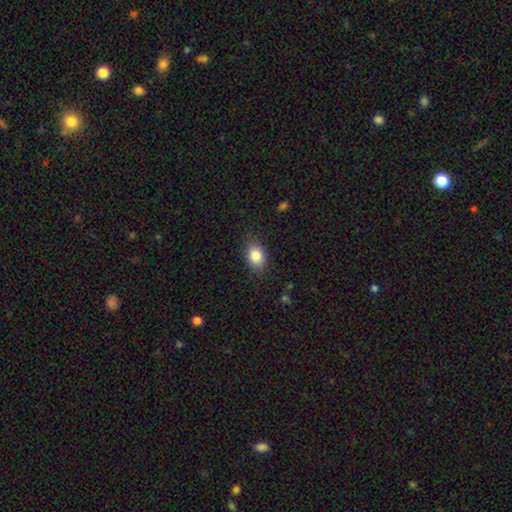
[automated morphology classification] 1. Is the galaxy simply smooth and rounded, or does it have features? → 84% smooth, 8% star or artifact, 8% featured or disk.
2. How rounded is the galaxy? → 76% in between, 22% round, 2% cigar-shaped.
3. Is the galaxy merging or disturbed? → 83% none, 13% minor disturbance, 3% major disturbance, 1% merger.